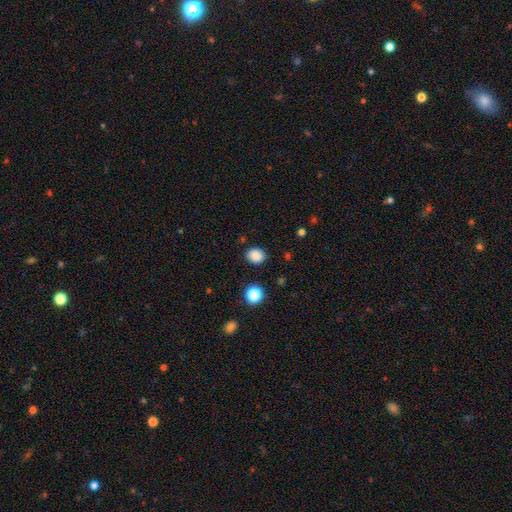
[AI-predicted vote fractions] This appears to be a smooth galaxy with no disk features (86%) that is round (62%). Merging: none (87%).